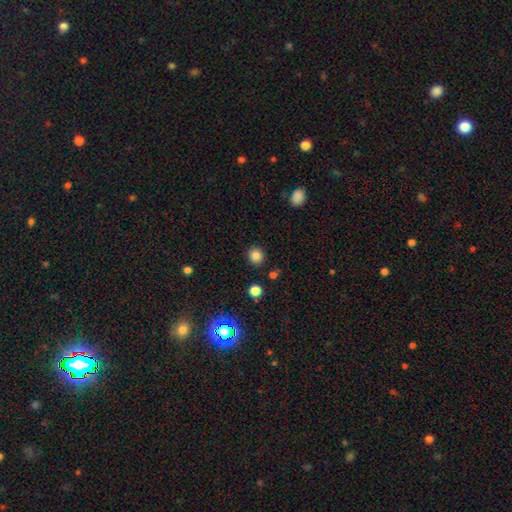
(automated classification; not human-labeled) This is clearly a smooth galaxy (82%). How rounded: clearly round (85%). Merging: clearly none (89%).